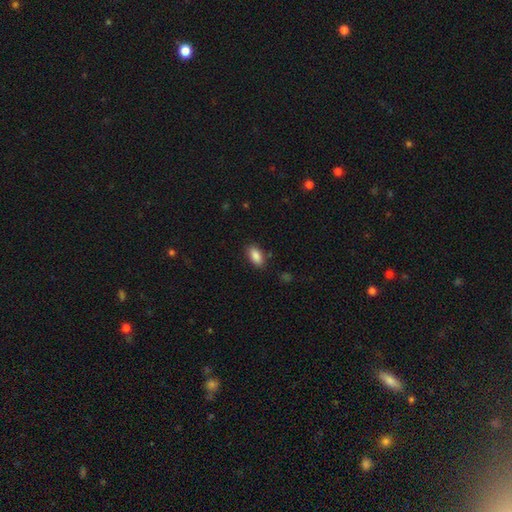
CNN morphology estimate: Smooth or featured?
  - smooth: 88% *
  - star or artifact: 7%
  - featured or disk: 5%
How rounded?
  - in between: 91% *
  - cigar-shaped: 6%
  - round: 3%
Merging?
  - none: 85% *
  - minor disturbance: 11%
  - major disturbance: 3%
  - merger: 2%